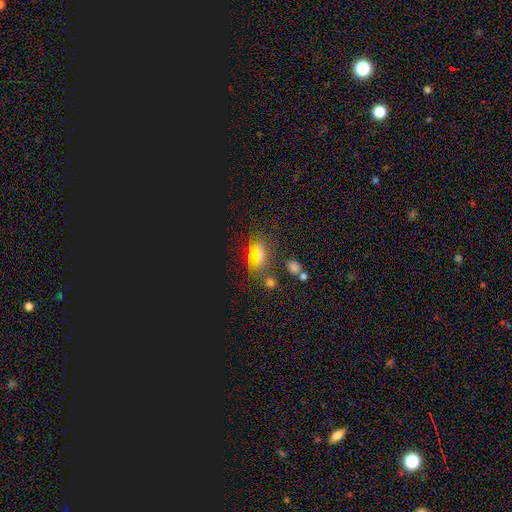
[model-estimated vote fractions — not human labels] The model was most divided on "smooth or featured": star or artifact: 53%, smooth: 35%, featured or disk: 12%.